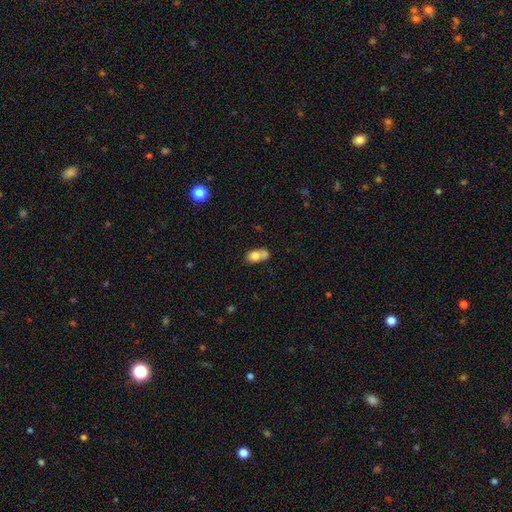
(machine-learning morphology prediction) Smooth or featured: smooth — 74% (featured or disk — 17%)
How rounded: in between — 72% (round — 26%)
Merging: merger — 48% (none — 32%)